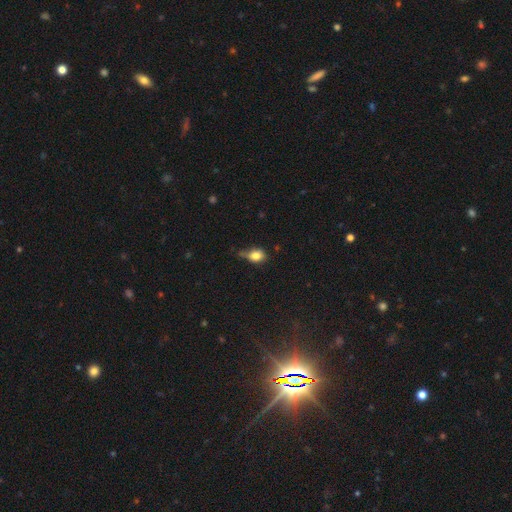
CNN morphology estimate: This appears to be a smooth galaxy with no disk features (80%) that is in between round and cigar-shaped (70%). Merging: minor disturbance (41%, tied with none).